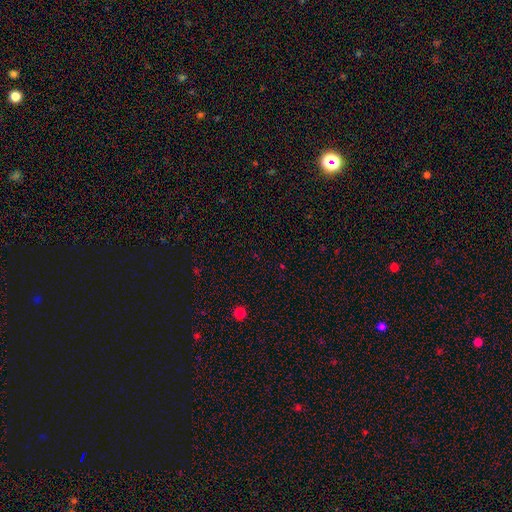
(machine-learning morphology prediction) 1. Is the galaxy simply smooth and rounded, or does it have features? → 63% star or artifact, 30% smooth, 7% featured or disk.